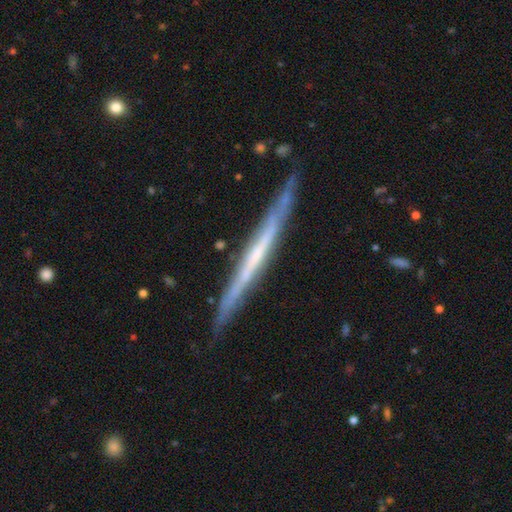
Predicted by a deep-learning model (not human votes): Smooth or featured?
  - featured or disk: 70% *
  - smooth: 24%
  - star or artifact: 6%
Edge-on disk?
  - yes: 96% *
  - no: 4%
Edge-on bulge?
  - none: 80% *
  - rounded: 12%
  - boxy: 8%
Merging?
  - none: 85% *
  - minor disturbance: 12%
  - major disturbance: 2%
  - merger: 2%